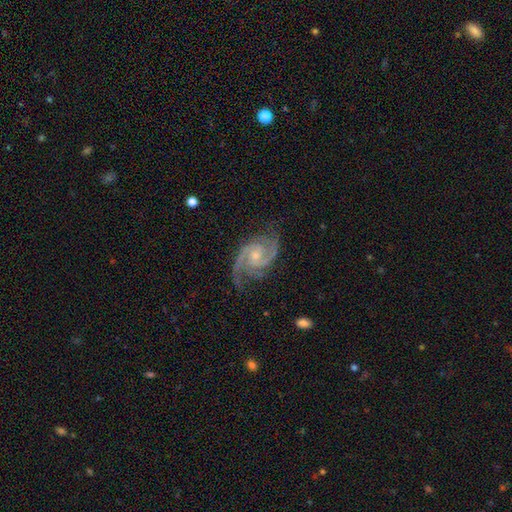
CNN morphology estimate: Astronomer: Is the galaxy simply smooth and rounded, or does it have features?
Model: featured or disk — 93%.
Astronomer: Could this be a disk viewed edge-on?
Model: no — 98%.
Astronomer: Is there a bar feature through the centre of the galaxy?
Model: no — 59%.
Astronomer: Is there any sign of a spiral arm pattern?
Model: yes — 99%.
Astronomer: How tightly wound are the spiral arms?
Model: medium — 54% (runner-up: tight, 34%).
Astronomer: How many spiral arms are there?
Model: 2 — 70%.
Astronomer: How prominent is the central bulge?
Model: small — 55% (runner-up: moderate, 39%).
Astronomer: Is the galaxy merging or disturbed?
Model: none — 72%.